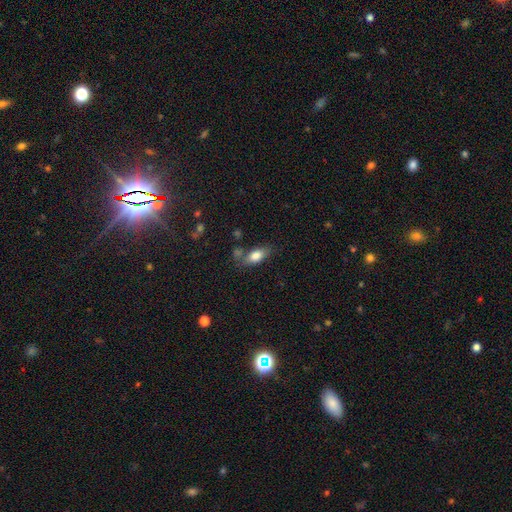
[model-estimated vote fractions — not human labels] Smooth or featured? smooth (80%)
How rounded? in between (83%)
Merging? none (62%)